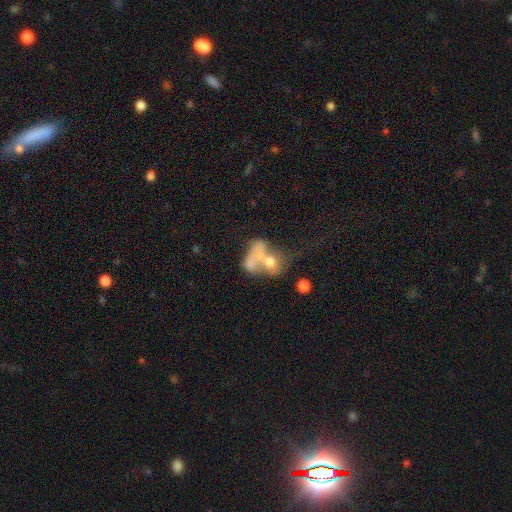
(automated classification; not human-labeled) Overall: smooth (45%; featured or disk 42%). Merging: merger (65%).